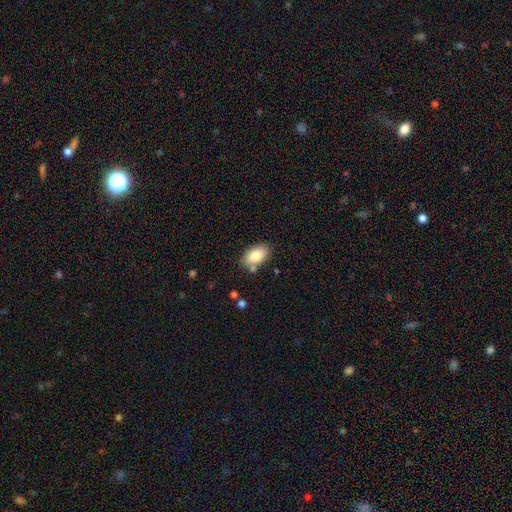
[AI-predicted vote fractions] Smooth or featured?
  - smooth: 83% *
  - featured or disk: 10%
  - star or artifact: 7%
How rounded?
  - in between: 92% *
  - round: 6%
  - cigar-shaped: 2%
Merging?
  - none: 77% *
  - minor disturbance: 14%
  - merger: 7%
  - major disturbance: 3%